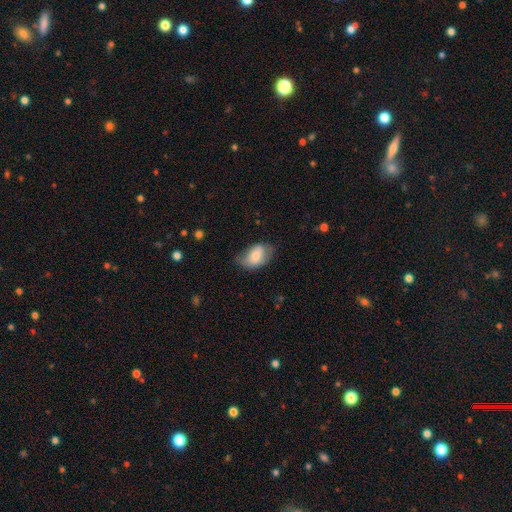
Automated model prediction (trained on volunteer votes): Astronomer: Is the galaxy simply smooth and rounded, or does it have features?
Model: smooth — 70%.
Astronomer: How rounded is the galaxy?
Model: in between — 87%.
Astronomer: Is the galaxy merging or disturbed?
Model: none — 51% (runner-up: minor disturbance, 35%).